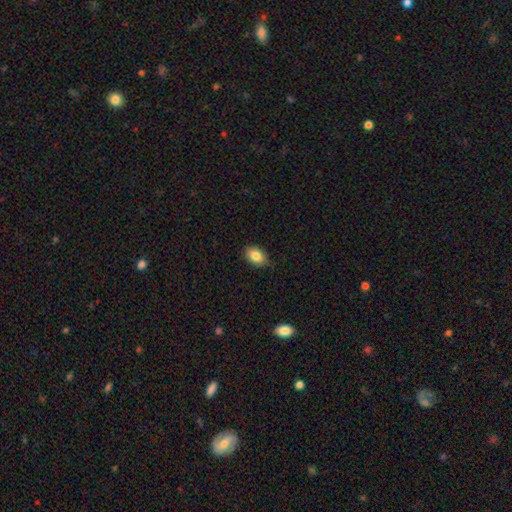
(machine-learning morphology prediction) The model was most divided on "merging": none: 84%, minor disturbance: 13%, major disturbance: 2%, merger: 1%. More confident: how rounded — in between (86%); smooth or featured — smooth (85%).